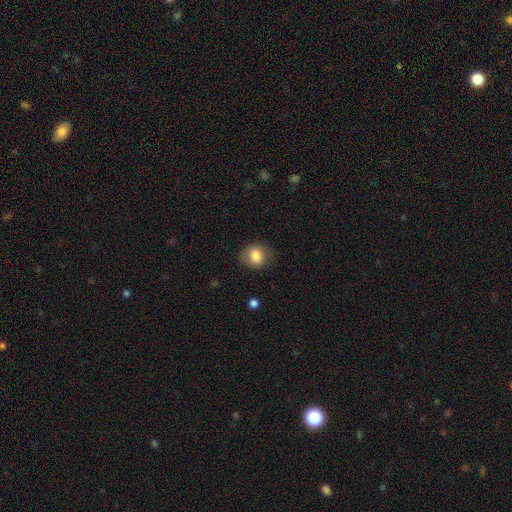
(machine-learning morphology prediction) This appears to be a smooth galaxy with no disk features (82%) that is round (73%). Merging: none (79%).